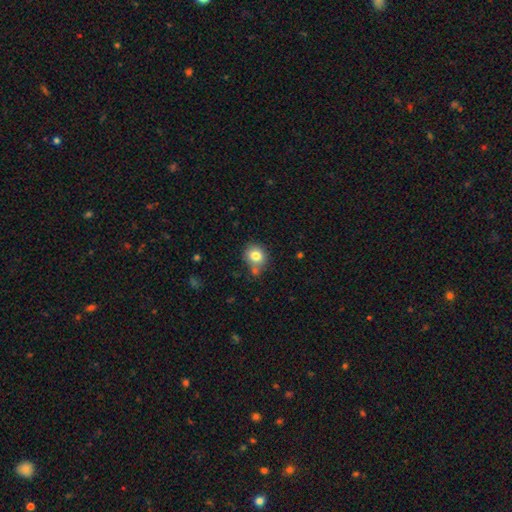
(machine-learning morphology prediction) type=smooth (81%); roundness=round (77%); merging=none (67%).